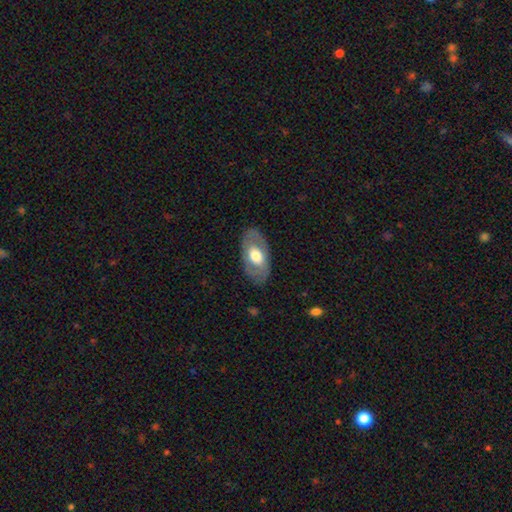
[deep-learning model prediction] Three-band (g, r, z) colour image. It shows a smooth galaxy with no disk features (48%). Merging: none (80%).